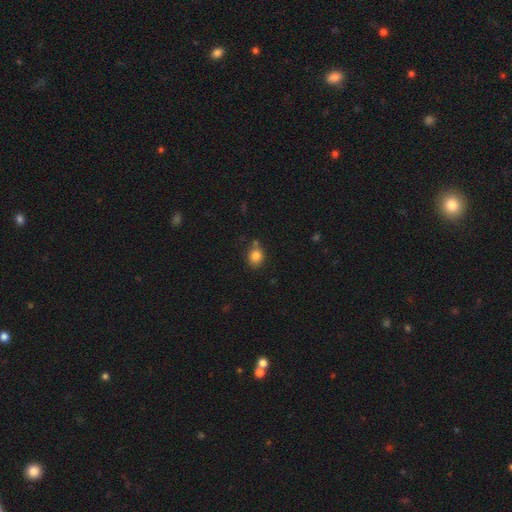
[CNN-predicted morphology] Smooth or featured? smooth (83%)
How rounded? round (67%)
Merging? none (68%)